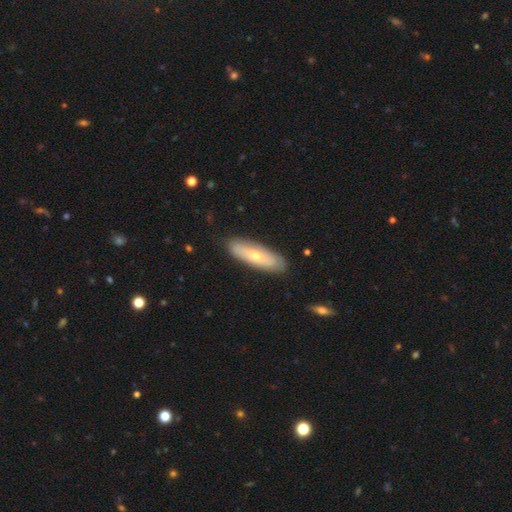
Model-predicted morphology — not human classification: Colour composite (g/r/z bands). It shows a smooth galaxy with no disk features (52%) that is in between round and cigar-shaped (52%). Merging: none (86%).